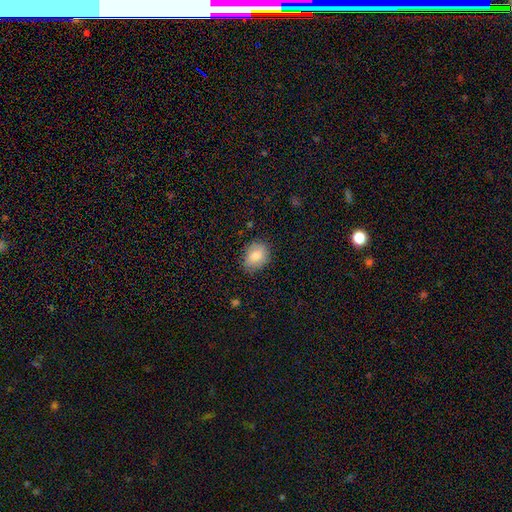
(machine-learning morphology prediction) Smooth or featured: smooth — 77% (featured or disk — 13%)
How rounded: in between — 61% (round — 38%)
Merging: none — 79% (minor disturbance — 17%)